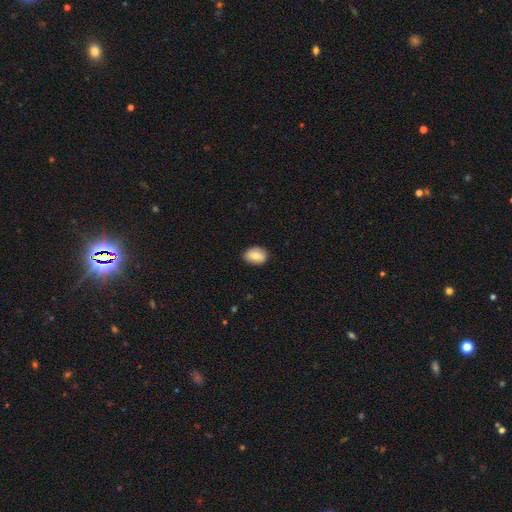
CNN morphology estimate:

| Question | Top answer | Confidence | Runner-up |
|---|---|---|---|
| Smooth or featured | smooth | 75% | featured or disk (18%) |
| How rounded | in between | 77% | round (22%) |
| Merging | none | 85% | minor disturbance (11%) |